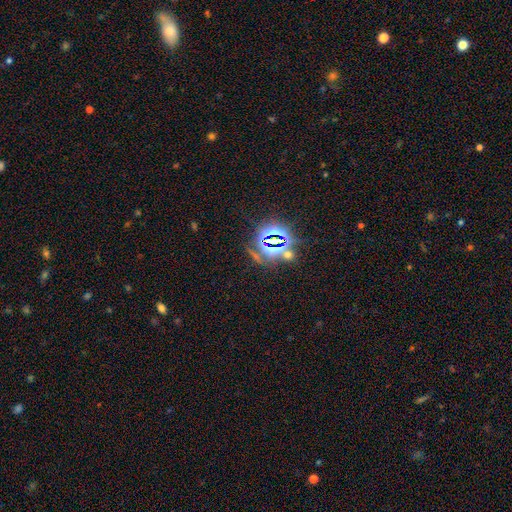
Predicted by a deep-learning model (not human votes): Smooth or featured?
  - star or artifact: 79% *
  - smooth: 13%
  - featured or disk: 9%